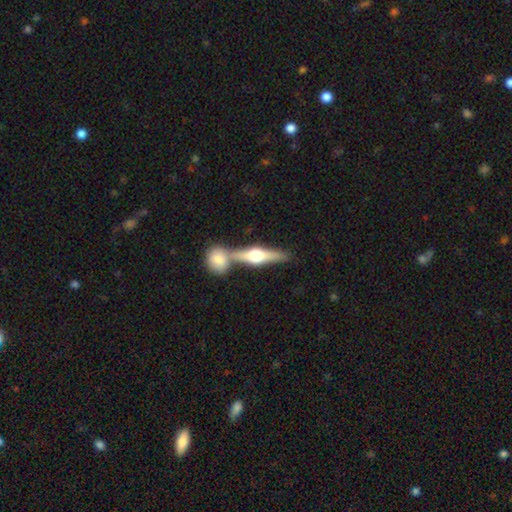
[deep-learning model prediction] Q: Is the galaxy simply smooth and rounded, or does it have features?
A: featured or disk — 69%.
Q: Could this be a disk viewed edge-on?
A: yes — 95%.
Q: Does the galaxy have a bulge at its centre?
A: rounded — 95%.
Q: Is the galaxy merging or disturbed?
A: none — 57%.